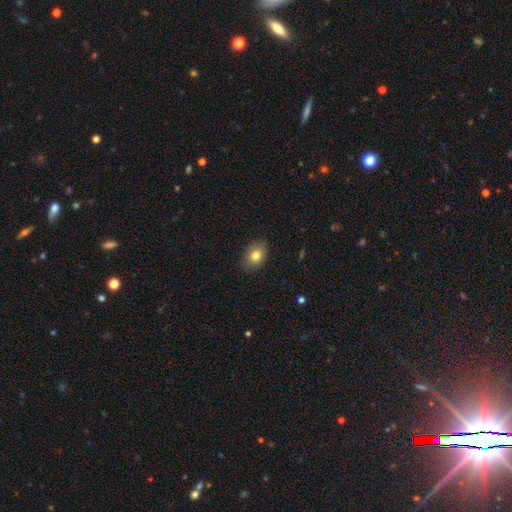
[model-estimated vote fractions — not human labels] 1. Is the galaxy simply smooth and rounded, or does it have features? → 80% smooth, 11% featured or disk, 9% star or artifact.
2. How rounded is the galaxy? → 75% in between, 24% round, 1% cigar-shaped.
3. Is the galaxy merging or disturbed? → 87% none, 10% minor disturbance, 2% major disturbance, 1% merger.